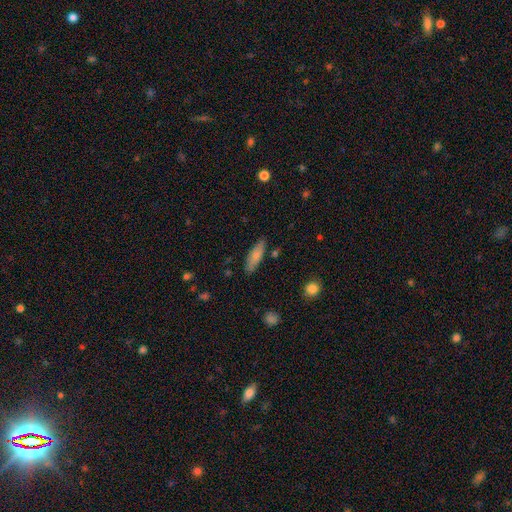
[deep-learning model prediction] This appears to be a smooth galaxy with no disk features (76%) that is cigar-shaped (51%). Merging: none (83%).